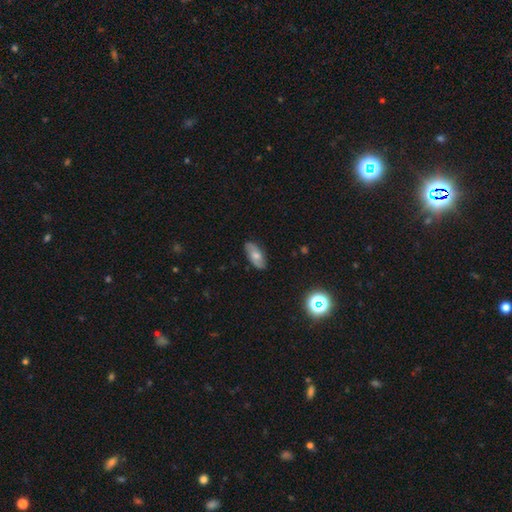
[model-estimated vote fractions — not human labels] Overall: smooth (50%; featured or disk 41%). Merging: none (82%).